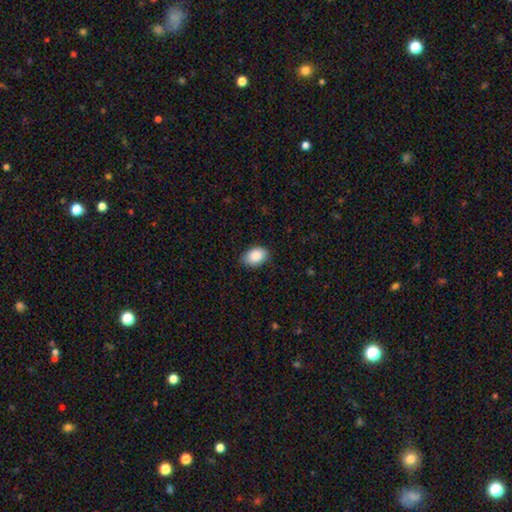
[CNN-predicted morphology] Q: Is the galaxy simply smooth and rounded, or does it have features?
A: smooth — 88%.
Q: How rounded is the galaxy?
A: in between — 85%.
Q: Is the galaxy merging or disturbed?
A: none — 83%.